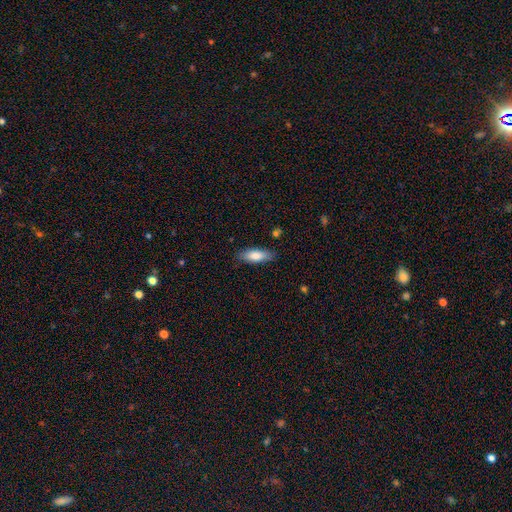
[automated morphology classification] Smooth or featured: smooth — 82% (featured or disk — 12%)
How rounded: in between — 68% (cigar-shaped — 30%)
Merging: none — 84% (minor disturbance — 12%)